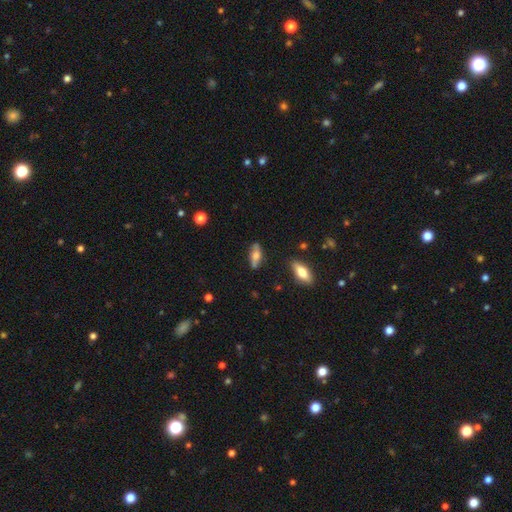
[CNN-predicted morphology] This appears to be a smooth galaxy with no disk features (54%) that is in between round and cigar-shaped (67%). Merging: none (75%).